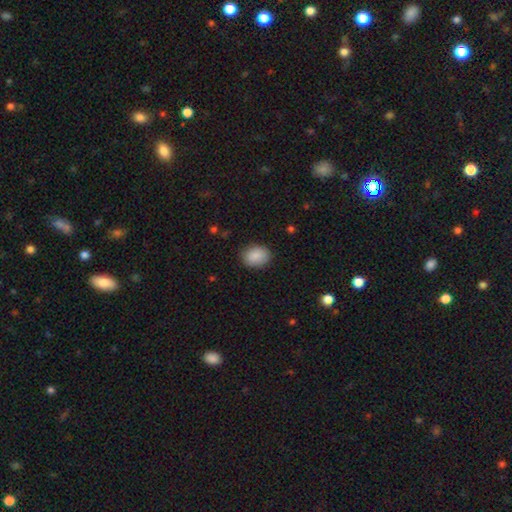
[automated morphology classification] smooth-or-featured: smooth: 89% | star or artifact: 7% | featured or disk: 4%
  how-rounded: in between: 62% | round: 37% | cigar-shaped: 1%
  merging: none: 86% | minor disturbance: 11% | major disturbance: 3% | merger: 1%